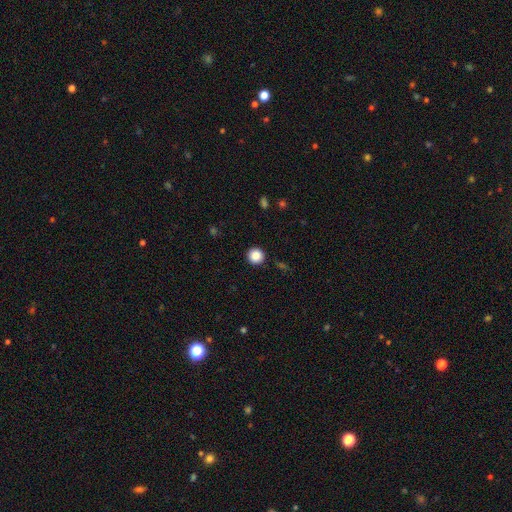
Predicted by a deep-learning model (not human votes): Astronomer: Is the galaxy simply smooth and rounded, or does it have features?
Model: smooth — 86%.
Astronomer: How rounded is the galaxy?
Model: round — 95%.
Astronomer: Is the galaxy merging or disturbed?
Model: none — 92%.